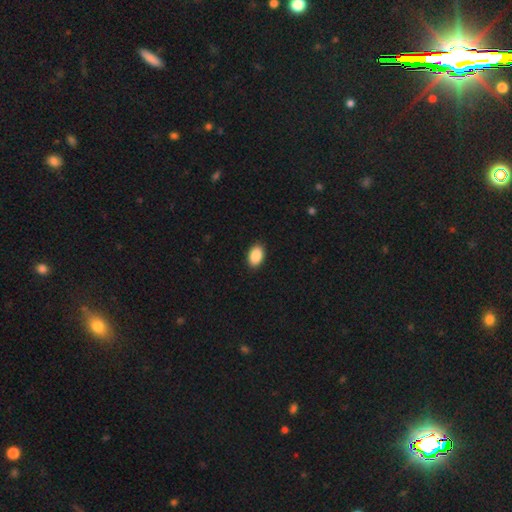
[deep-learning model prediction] smooth-or-featured: smooth: 90% | star or artifact: 7% | featured or disk: 3%
  how-rounded: in between: 90% | round: 9% | cigar-shaped: 1%
  merging: none: 90% | minor disturbance: 7% | major disturbance: 2% | merger: 1%